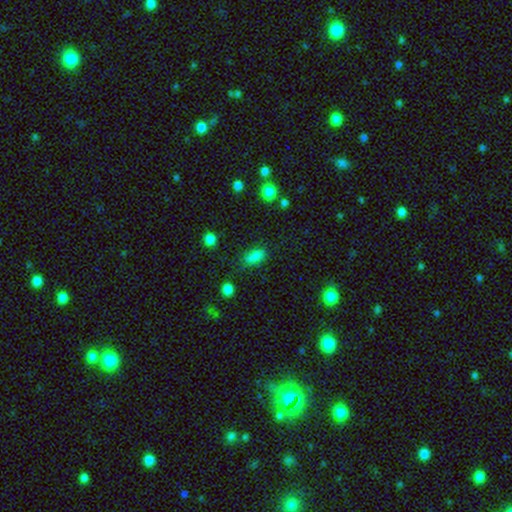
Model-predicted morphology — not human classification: Overall: smooth (80%). How rounded: in between (84%). Merging: none (60%; minor disturbance 23%).